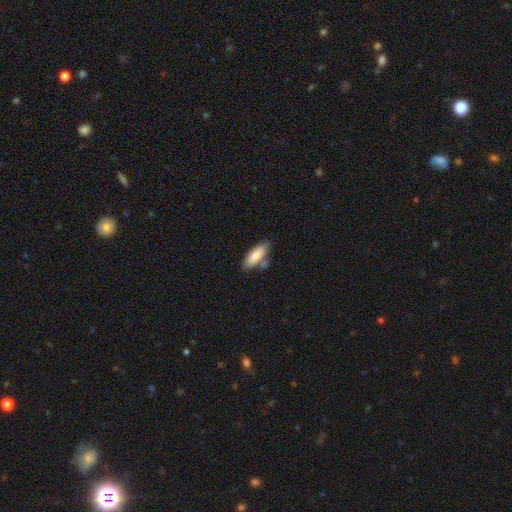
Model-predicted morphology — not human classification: Smooth or featured?
  - smooth: 83% *
  - featured or disk: 11%
  - star or artifact: 6%
How rounded?
  - in between: 64% *
  - cigar-shaped: 34%
  - round: 2%
Merging?
  - none: 67% *
  - minor disturbance: 16%
  - merger: 14%
  - major disturbance: 4%